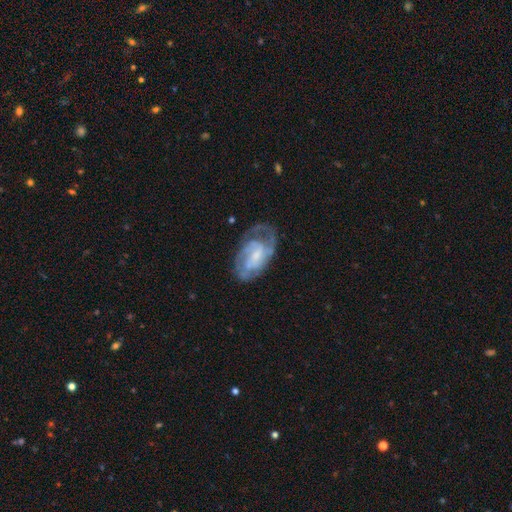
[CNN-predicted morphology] Smooth or featured?
  - featured or disk: 78% *
  - smooth: 16%
  - star or artifact: 6%
Edge-on disk?
  - no: 97% *
  - yes: 3%
Bar?
  - no: 44% * (tied)
  - weak: 44% * (tied)
  - strong: 12%
Spiral arms?
  - yes: 89% *
  - no: 11%
Spiral winding?
  - tight: 46% *
  - medium: 40%
  - loose: 14%
Spiral arm count?
  - 2: 38% *
  - can't tell: 31%
  - 3: 16%
  - 1: 8%
  - 4: 4%
  - more than 4: 3%
Bulge size?
  - small: 45% *
  - moderate: 29%
  - none: 18%
  - large: 6%
  - dominant: 1%
Merging?
  - none: 55% *
  - minor disturbance: 24%
  - major disturbance: 19%
  - merger: 2%